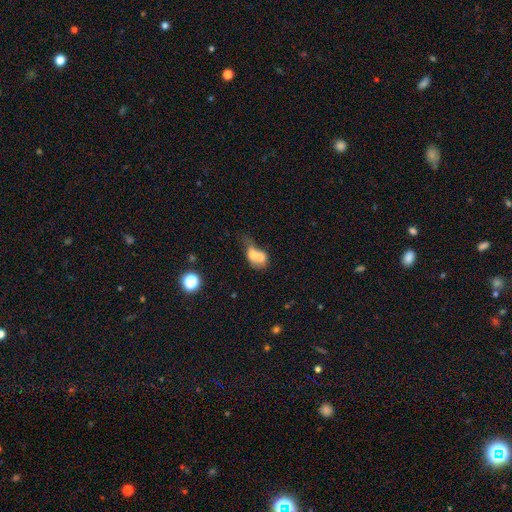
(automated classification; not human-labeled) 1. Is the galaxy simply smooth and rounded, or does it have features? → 64% smooth, 26% featured or disk, 10% star or artifact.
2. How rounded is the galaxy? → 49% in between (tied), 49% round (tied), 2% cigar-shaped.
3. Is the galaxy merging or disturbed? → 74% merger, 13% none, 7% major disturbance, 7% minor disturbance.